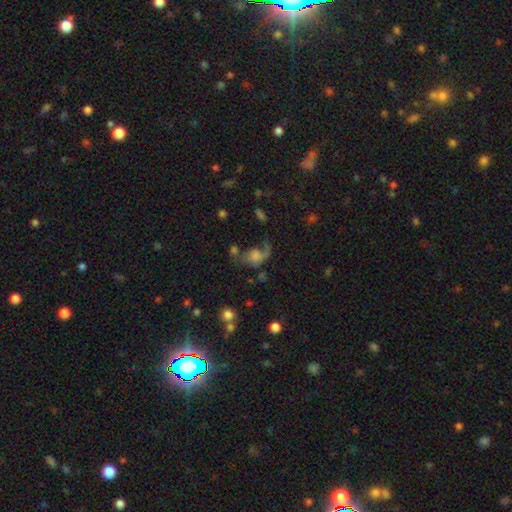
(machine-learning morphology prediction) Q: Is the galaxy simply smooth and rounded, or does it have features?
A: featured or disk — 40%, tied with smooth.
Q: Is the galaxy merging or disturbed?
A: major disturbance — 40%.